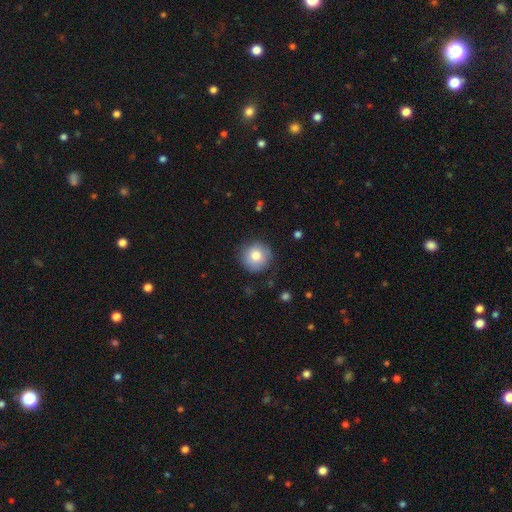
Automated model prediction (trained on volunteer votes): This is clearly a smooth galaxy (80%). How rounded: clearly round (95%). Merging: clearly none (87%).